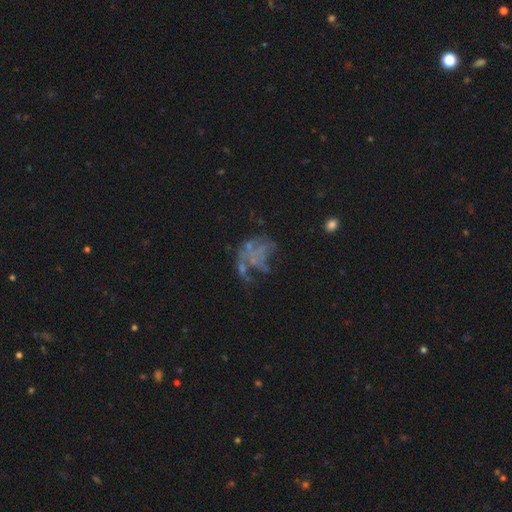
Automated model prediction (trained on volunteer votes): A featured or disk galaxy (57%) with no bar (92%), no spiral arms (83%) and no central bulge (84%). Merging: major disturbance (45%).